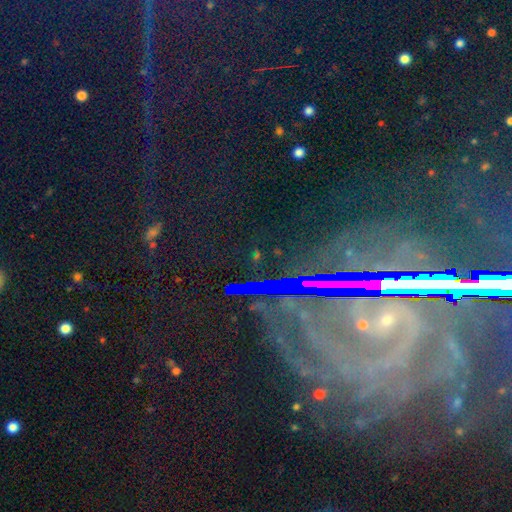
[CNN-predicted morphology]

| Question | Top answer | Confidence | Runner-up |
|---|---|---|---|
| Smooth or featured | star or artifact | 80% | featured or disk (10%) |